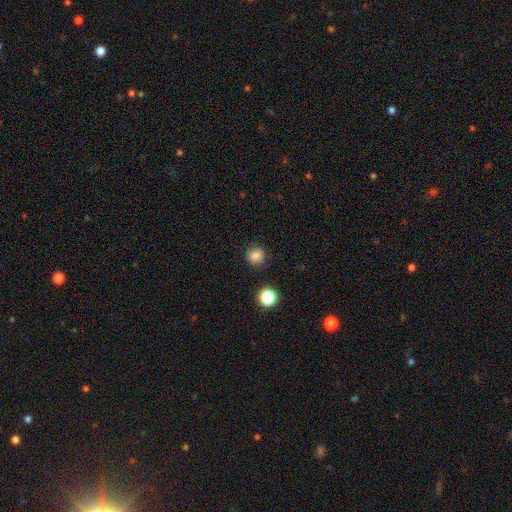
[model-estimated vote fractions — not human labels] Morphology: type=smooth (83%); roundness=round (89%); merging=none (87%).